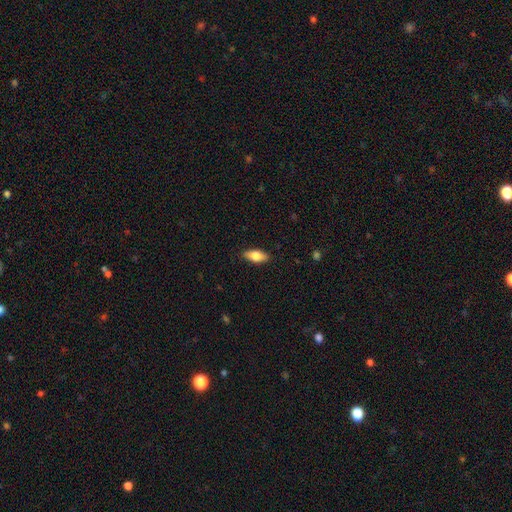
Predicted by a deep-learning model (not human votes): Smooth or featured? Predicted: smooth (p=0.74). How rounded? Predicted: in between (p=0.83). Merging? Predicted: none (p=0.88).